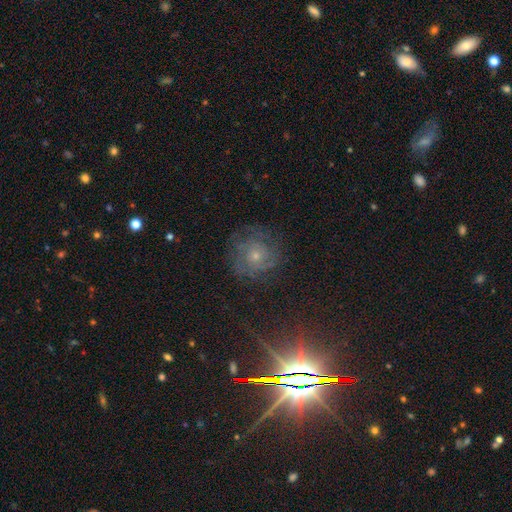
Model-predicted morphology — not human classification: smooth_or_featured: featured or disk (p=0.57) [alt: smooth p=0.22]
disk_edge_on: no (p=0.96) [alt: yes p=0.04]
bar: no (p=0.82) [alt: weak p=0.15]
has_spiral_arms: yes (p=0.83) [alt: no p=0.17]
bulge_size: small (p=0.60) [alt: moderate p=0.32]
merging: none (p=0.73) [alt: minor disturbance p=0.15]